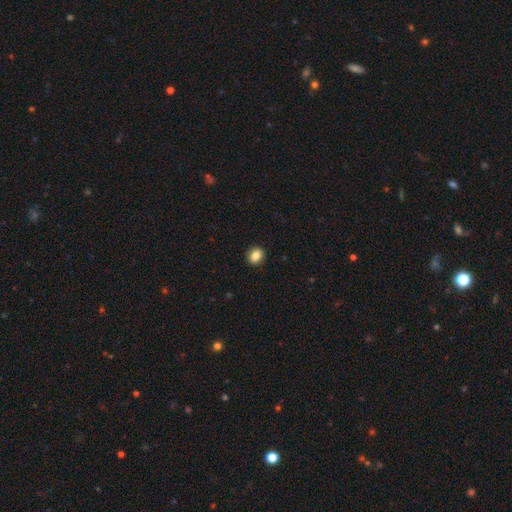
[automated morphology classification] Overall: smooth (85%). How rounded: round (67%; in between 32%). Merging: none (91%).